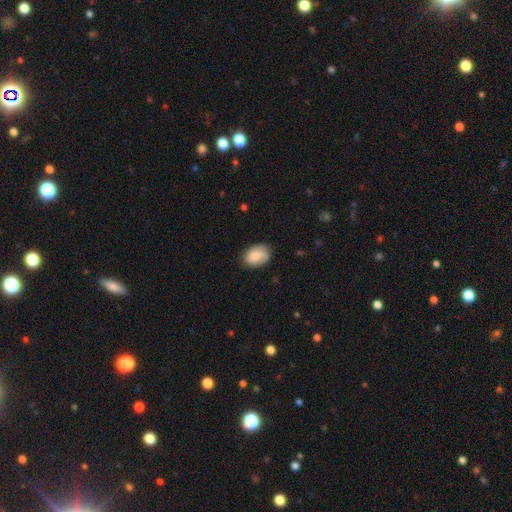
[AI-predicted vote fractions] This is likely a smooth galaxy (79%). How rounded: likely in between (79%). Merging: likely none (68%).